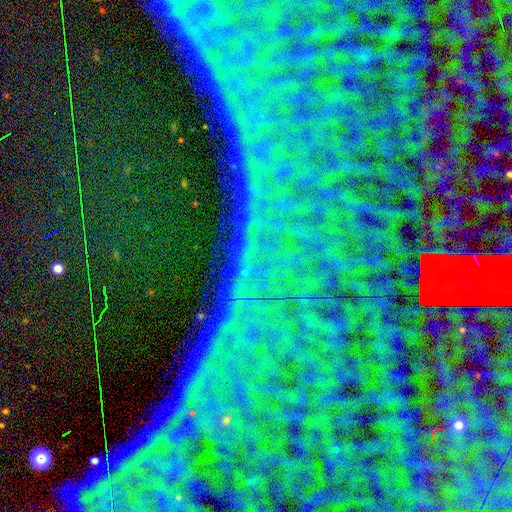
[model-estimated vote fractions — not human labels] Smooth or featured? Predicted: star or artifact (p=0.83).